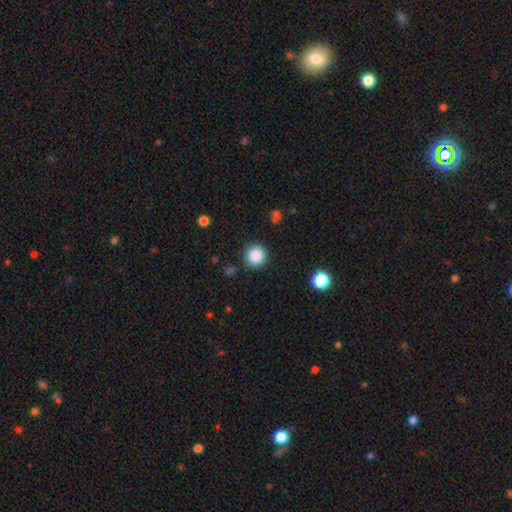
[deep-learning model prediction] A smooth galaxy with no disk features (86%) that is round (95%).

Vote fractions:
- Smooth or featured? smooth: 86% / star or artifact: 10% / featured or disk: 4%
- How rounded? round: 95% / in between: 5% / cigar-shaped: 1%
- Merging? none: 88% / minor disturbance: 8% / major disturbance: 3% / merger: 2%